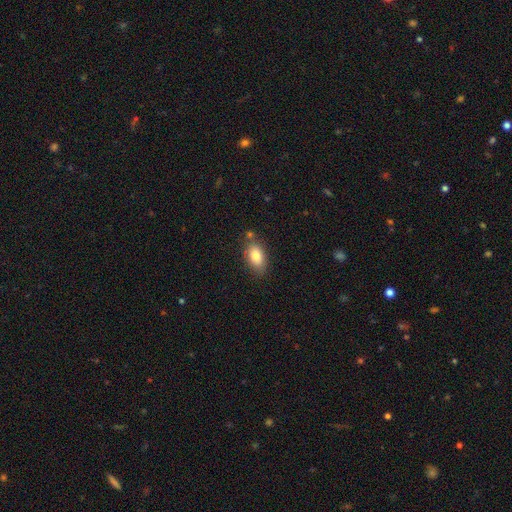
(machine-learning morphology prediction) Smooth or featured? Predicted: smooth (p=0.82). How rounded? Predicted: in between (p=0.89). Merging? Predicted: none (p=0.74).